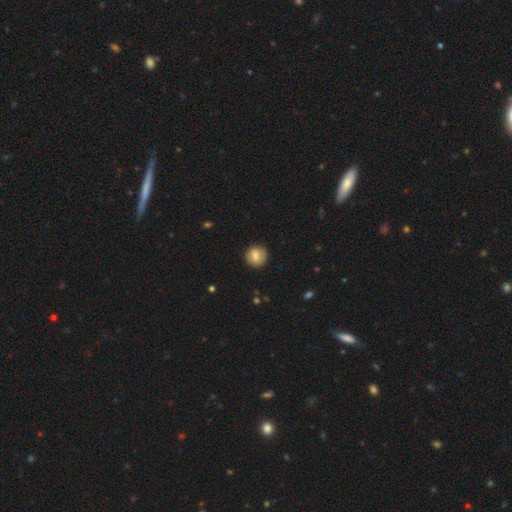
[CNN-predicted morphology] The model was most divided on "smooth or featured": smooth: 73%, featured or disk: 19%, star or artifact: 8%. More confident: merging — none (86%); how rounded — round (85%).